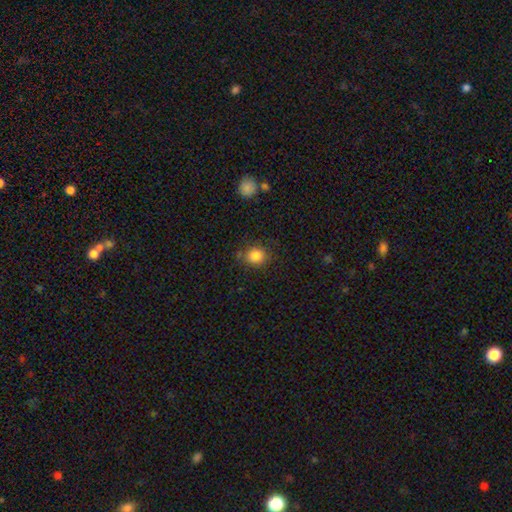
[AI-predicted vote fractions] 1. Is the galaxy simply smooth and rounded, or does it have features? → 85% smooth, 10% star or artifact, 5% featured or disk.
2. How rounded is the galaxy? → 72% round, 27% in between, 1% cigar-shaped.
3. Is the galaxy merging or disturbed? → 77% none, 15% minor disturbance, 4% major disturbance, 4% merger.